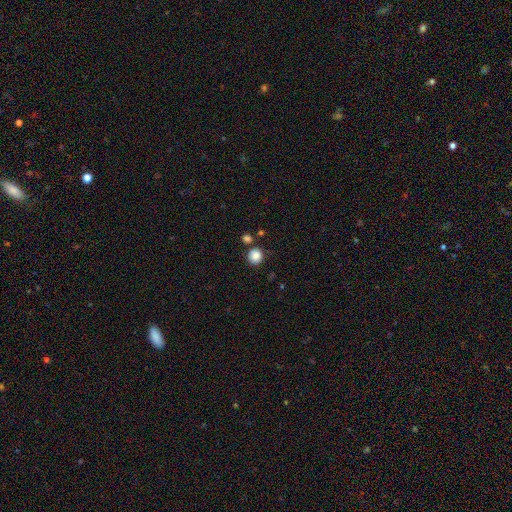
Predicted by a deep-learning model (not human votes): smooth 85%, star or artifact 10%, featured or disk 5%. Down the decision tree: how rounded — round (90%); merging — none (78%).